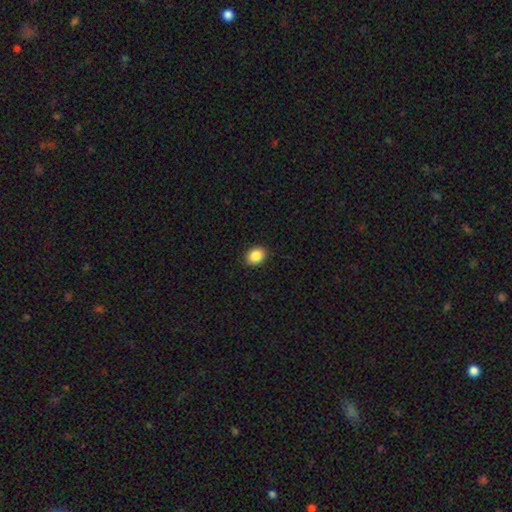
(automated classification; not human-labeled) Smooth or featured: smooth — 88% (star or artifact — 9%)
How rounded: in between — 54% (round — 45%)
Merging: none — 90% (minor disturbance — 7%)